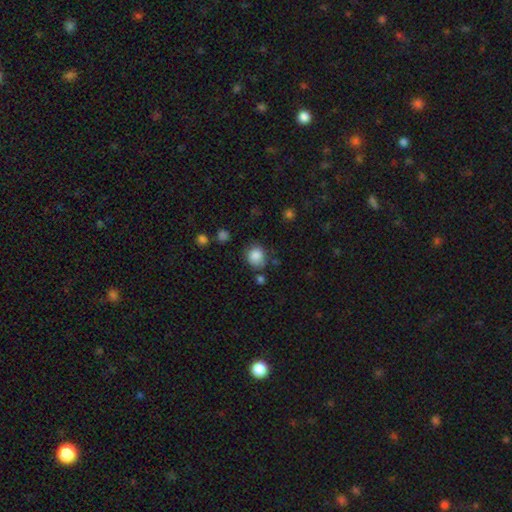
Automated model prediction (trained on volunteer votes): Smooth or featured? smooth (86%)
How rounded? round (78%)
Merging? none (72%)